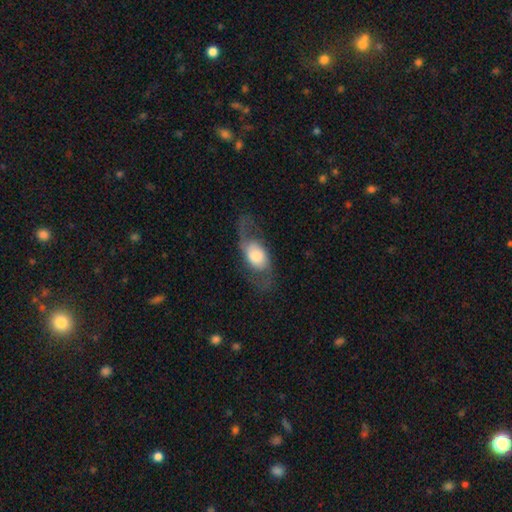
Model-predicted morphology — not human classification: Smooth or featured? Predicted: featured or disk (p=0.58). Edge-on disk? Predicted: no (p=0.86). Merging? Predicted: none (p=0.61).